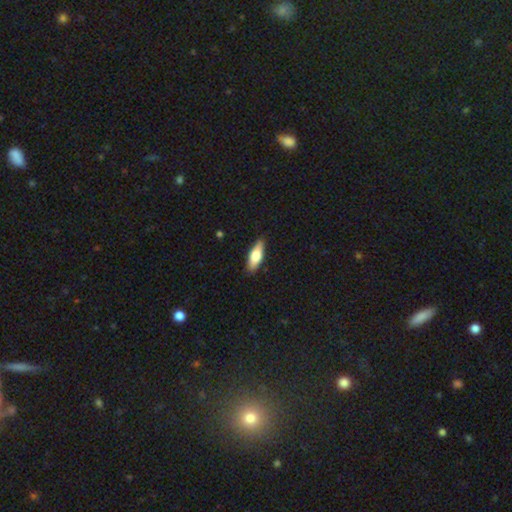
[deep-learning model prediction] Morphology: type=smooth (71%); roundness=in between (63%); merging=none (87%).